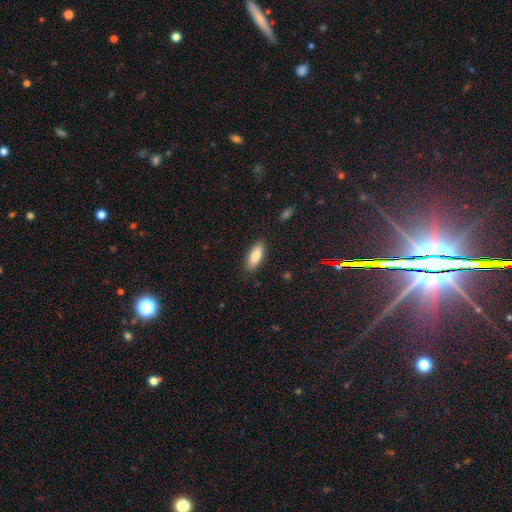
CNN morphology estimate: smooth_or_featured: smooth (p=0.84) [alt: featured or disk p=0.09]
how_rounded: in between (p=0.79) [alt: cigar-shaped p=0.20]
merging: none (p=0.87) [alt: minor disturbance p=0.10]